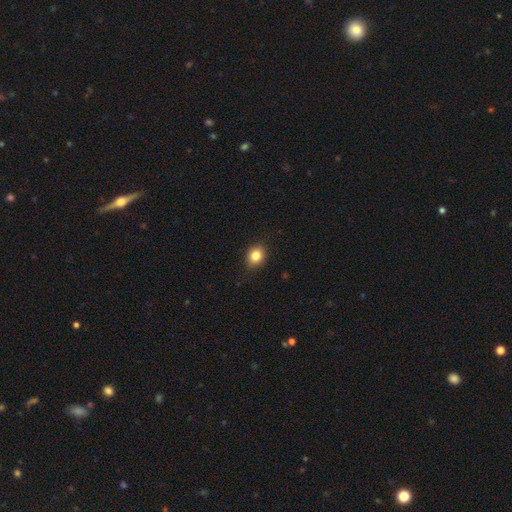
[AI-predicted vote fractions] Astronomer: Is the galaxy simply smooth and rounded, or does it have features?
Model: smooth — 83%.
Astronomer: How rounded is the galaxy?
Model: round — 58% (runner-up: in between, 41%).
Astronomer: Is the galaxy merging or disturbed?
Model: none — 88%.